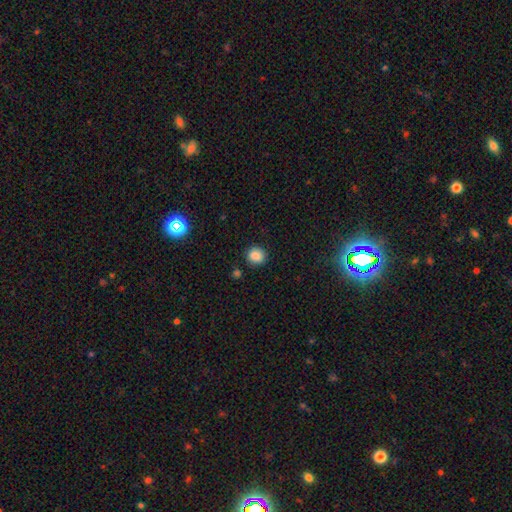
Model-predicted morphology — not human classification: Q: Smooth or featured?
A: smooth (87%); runner-up: star or artifact (10%)
Q: How rounded?
A: round (85%); runner-up: in between (14%)
Q: Merging?
A: none (89%); runner-up: minor disturbance (7%)